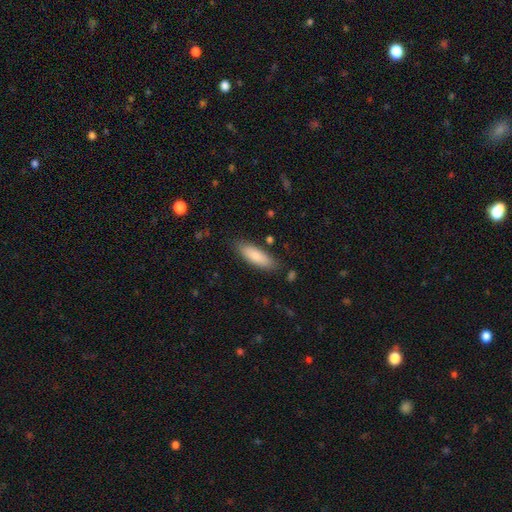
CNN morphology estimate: smooth_or_featured: smooth (p=0.83) [alt: featured or disk p=0.11]
how_rounded: in between (p=0.59) [alt: cigar-shaped p=0.40]
merging: none (p=0.82) [alt: minor disturbance p=0.13]